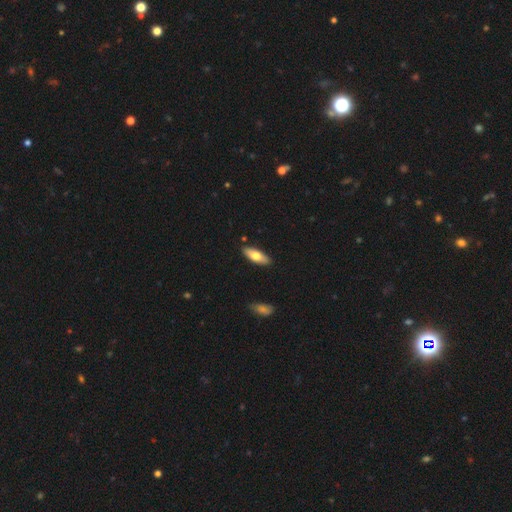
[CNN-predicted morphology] smooth-or-featured: smooth: 67% | featured or disk: 27% | star or artifact: 5%
  how-rounded: in between: 69% | cigar-shaped: 29% | round: 2%
  merging: none: 88% | minor disturbance: 9% | major disturbance: 2% | merger: 2%